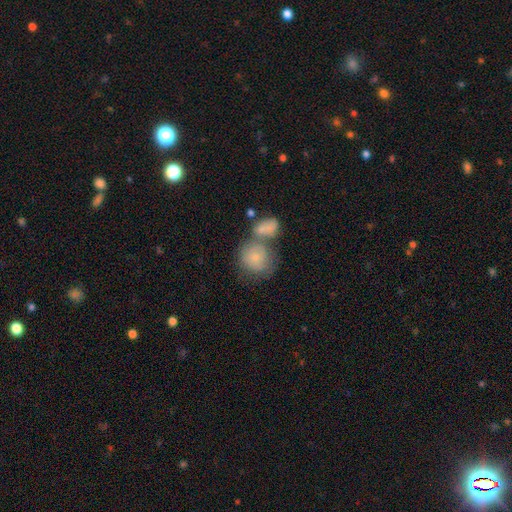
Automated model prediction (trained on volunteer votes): This is likely a smooth galaxy (71%). How rounded: likely round (77%). Merging: possibly merger (48%).